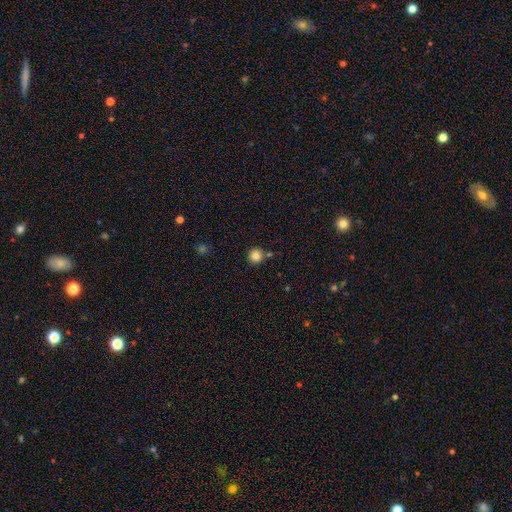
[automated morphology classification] A smooth galaxy with no disk features (83%) that is round (95%). Merging: none (80%).